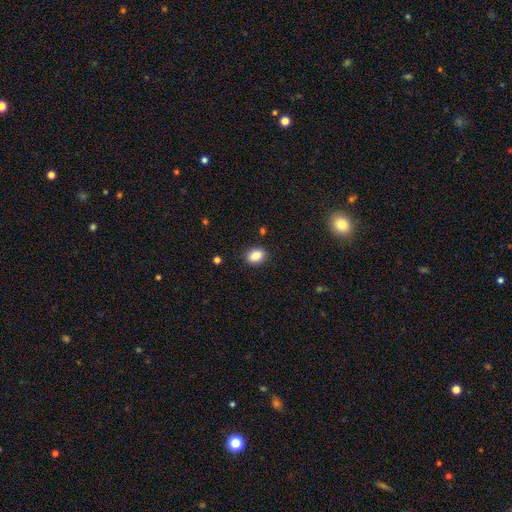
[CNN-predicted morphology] smooth-or-featured: smooth: 86% | star or artifact: 9% | featured or disk: 5%
  how-rounded: in between: 71% | round: 28% | cigar-shaped: 1%
  merging: none: 87% | minor disturbance: 9% | major disturbance: 2% | merger: 1%